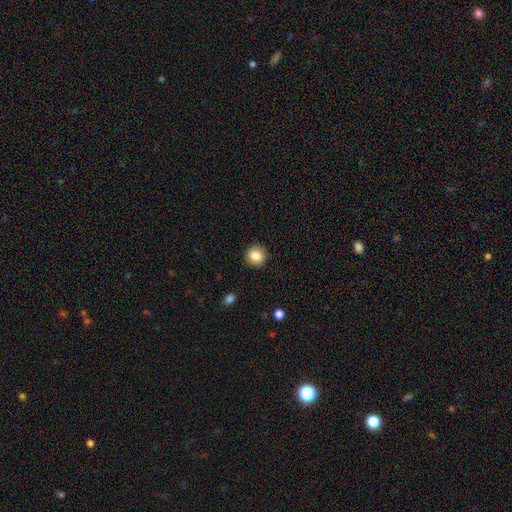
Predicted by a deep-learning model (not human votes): This appears to be a smooth galaxy with no disk features (84%) that is round (84%). Merging: none (89%).